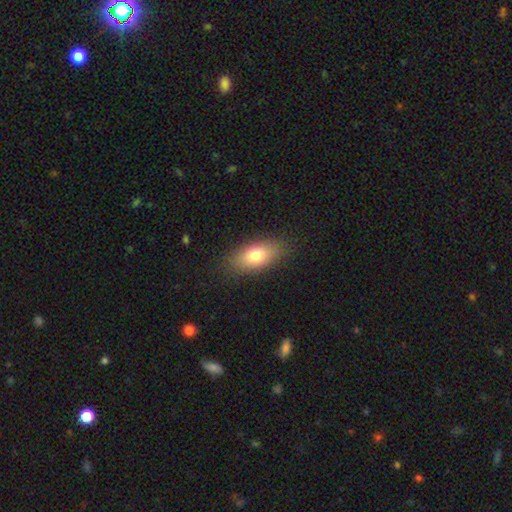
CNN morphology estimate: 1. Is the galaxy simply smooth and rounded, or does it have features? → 77% smooth, 15% featured or disk, 8% star or artifact.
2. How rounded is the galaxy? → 84% in between, 9% cigar-shaped, 7% round.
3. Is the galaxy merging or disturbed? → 85% none, 11% minor disturbance, 3% major disturbance, 1% merger.